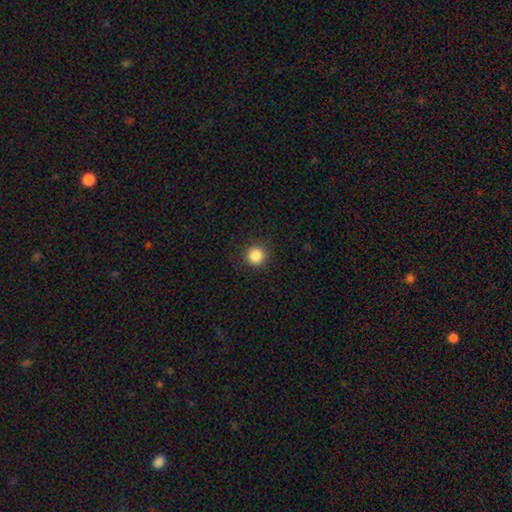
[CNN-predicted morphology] Smooth or featured?
  - smooth: 86% *
  - star or artifact: 10%
  - featured or disk: 4%
How rounded?
  - round: 95% *
  - in between: 4%
  - cigar-shaped: 1%
Merging?
  - none: 91% *
  - minor disturbance: 6%
  - major disturbance: 2%
  - merger: 1%